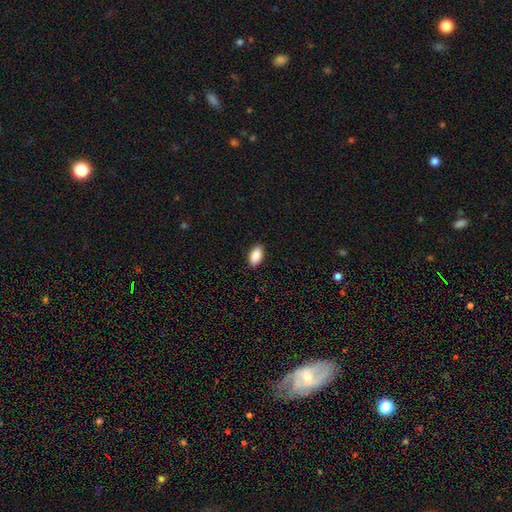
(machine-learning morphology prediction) smooth 88%, star or artifact 7%, featured or disk 5%. Down the decision tree: how rounded — in between (93%); merging — none (90%).